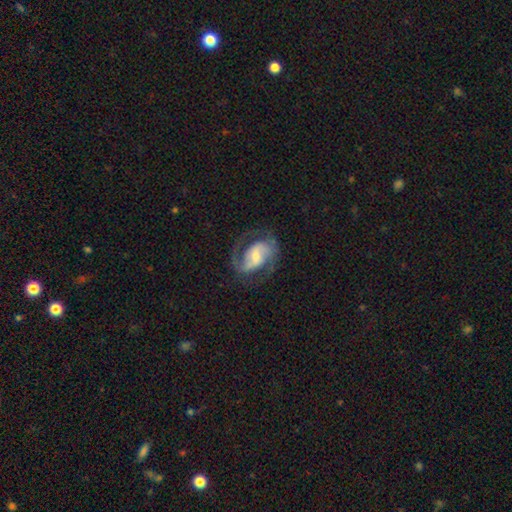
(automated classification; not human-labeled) This appears to be a featured or disk galaxy (83%) with a weak bar (44%), 2 (86%) medium (55%) spiral arms (94%) and a small central bulge (44%). Merging: none (69%).